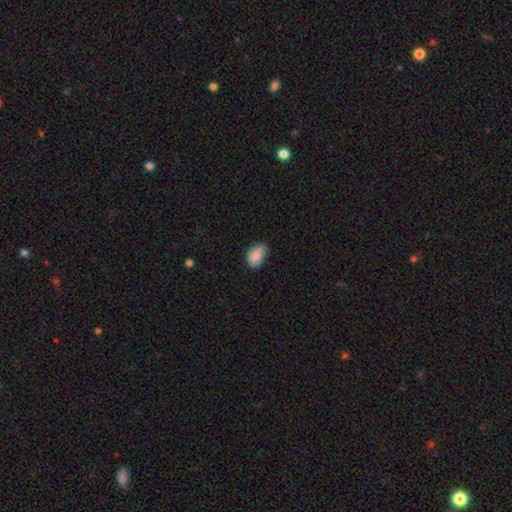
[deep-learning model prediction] smooth_or_featured: smooth (p=0.87) [alt: star or artifact p=0.07]
how_rounded: in between (p=0.89) [alt: round p=0.09]
merging: none (p=0.64) [alt: minor disturbance p=0.30]